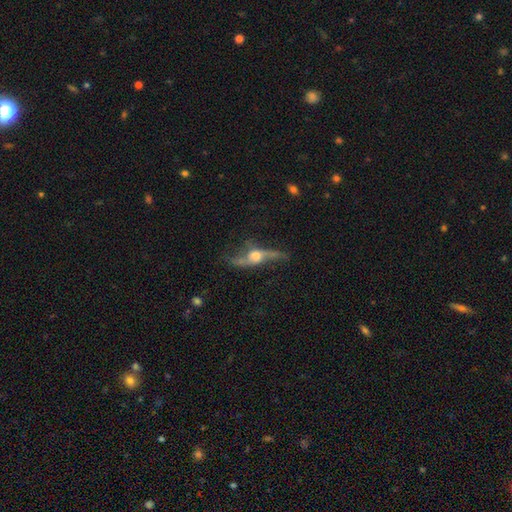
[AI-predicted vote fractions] Morphology: type=featured or disk (79%); edge-on=no (56%); merging=none (58%).